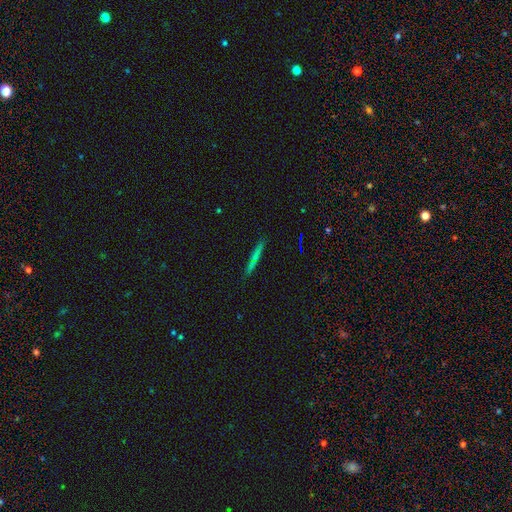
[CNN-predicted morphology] smooth-or-featured: smooth: 52% | featured or disk: 38% | star or artifact: 10%
  how-rounded: cigar-shaped: 95% | in between: 3% | round: 2%
  merging: none: 90% | minor disturbance: 7% | major disturbance: 1% | merger: 1%